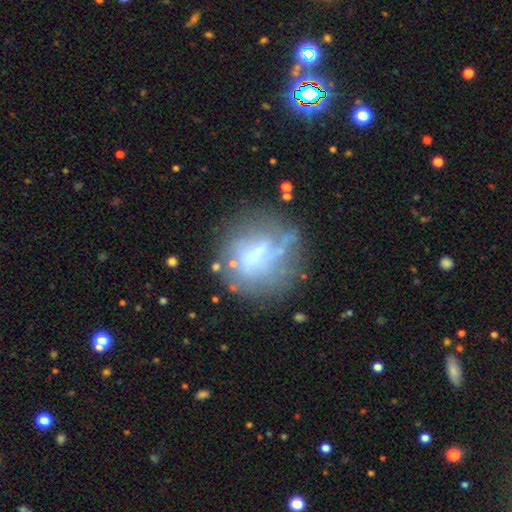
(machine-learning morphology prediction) Smooth or featured: featured or disk — 50% (smooth — 37%)
Merging: none — 55% (minor disturbance — 20%)